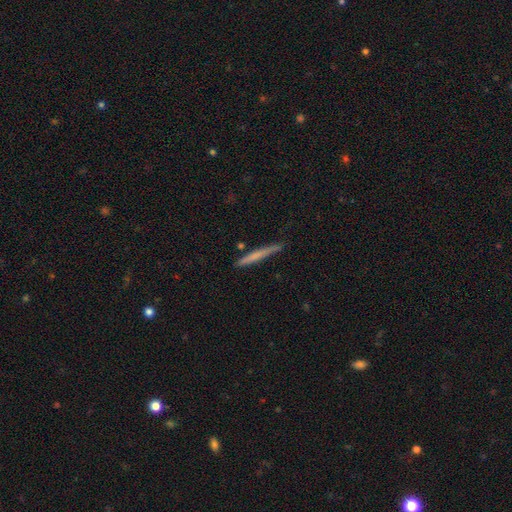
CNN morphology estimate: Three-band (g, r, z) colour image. It shows a smooth galaxy with no disk features (60%) that is cigar-shaped (97%). Merging: none (83%).